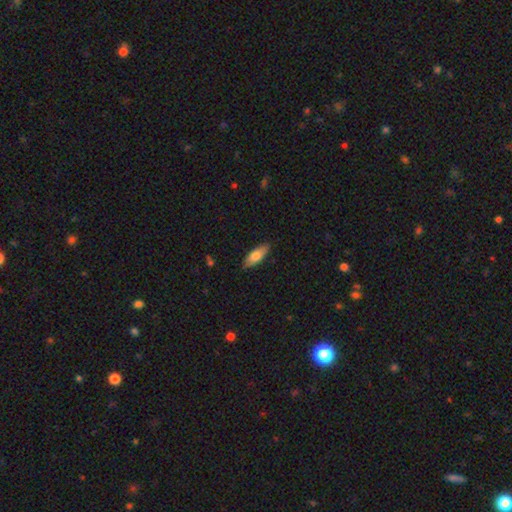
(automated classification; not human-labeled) smooth-or-featured: smooth: 75% | featured or disk: 19% | star or artifact: 6%
  how-rounded: in between: 71% | cigar-shaped: 27% | round: 2%
  merging: none: 84% | minor disturbance: 13% | major disturbance: 2% | merger: 1%